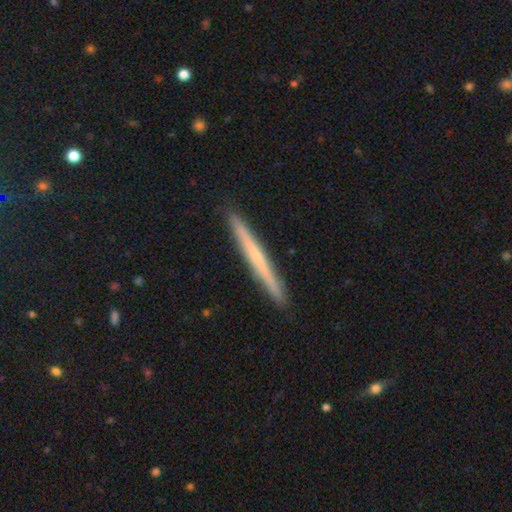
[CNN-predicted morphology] featured or disk 51%, smooth 44%, star or artifact 5%. Down the decision tree: edge-on disk — yes (97%); merging — none (92%).